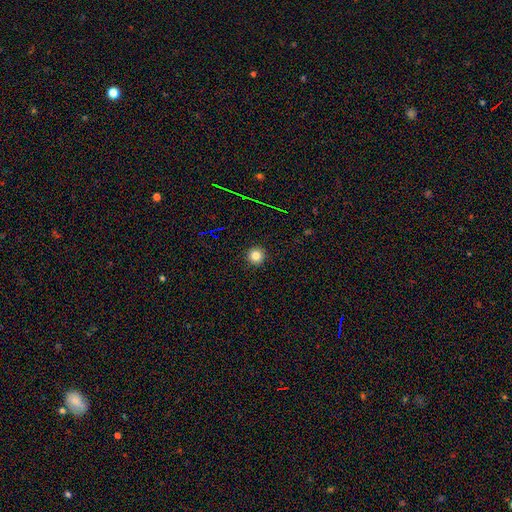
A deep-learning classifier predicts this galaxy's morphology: A smooth galaxy with no disk features (81%) that is round (96%). Merging: none (92%).